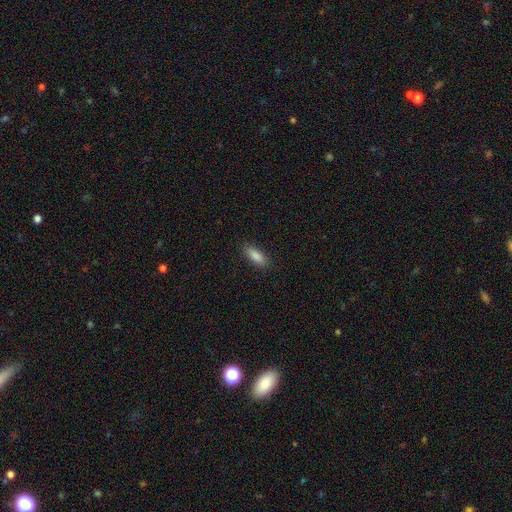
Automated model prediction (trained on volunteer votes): Overall: smooth (87%). How rounded: in between (72%). Merging: none (87%).